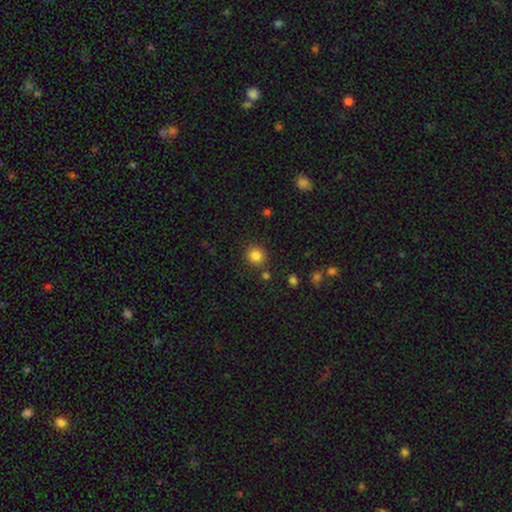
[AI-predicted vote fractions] Smooth or featured: smooth — 84% (star or artifact — 11%)
How rounded: round — 90% (in between — 9%)
Merging: none — 85% (minor disturbance — 7%)